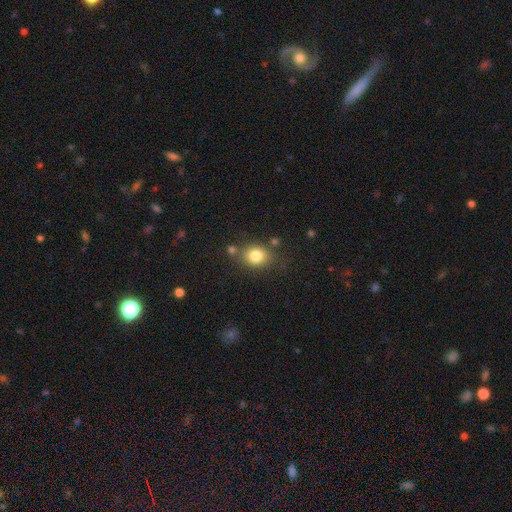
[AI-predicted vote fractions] Smooth or featured? Predicted: smooth (p=0.81). How rounded? Predicted: round (p=0.63). Merging? Predicted: none (p=0.73).